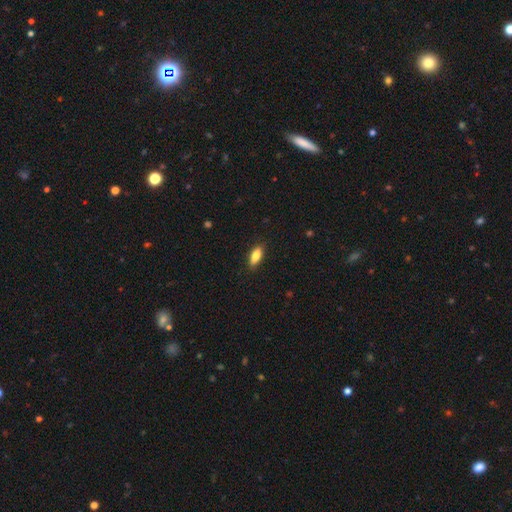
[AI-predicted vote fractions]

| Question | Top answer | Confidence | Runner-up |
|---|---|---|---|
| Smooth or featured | smooth | 83% | featured or disk (10%) |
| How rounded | in between | 77% | cigar-shaped (20%) |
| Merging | none | 87% | minor disturbance (10%) |